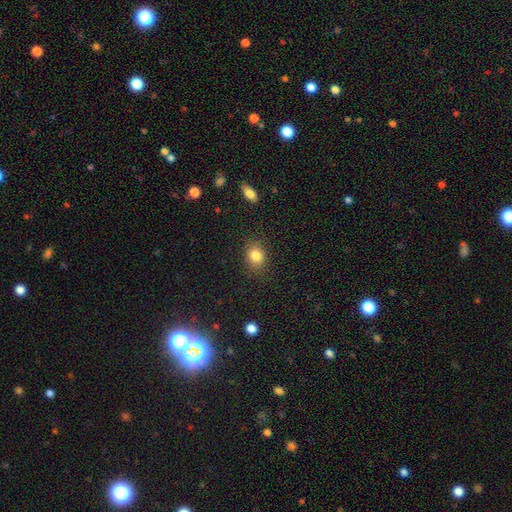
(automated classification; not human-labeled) smooth 84%, star or artifact 10%, featured or disk 6%. Down the decision tree: how rounded — round (56%); merging — none (85%).